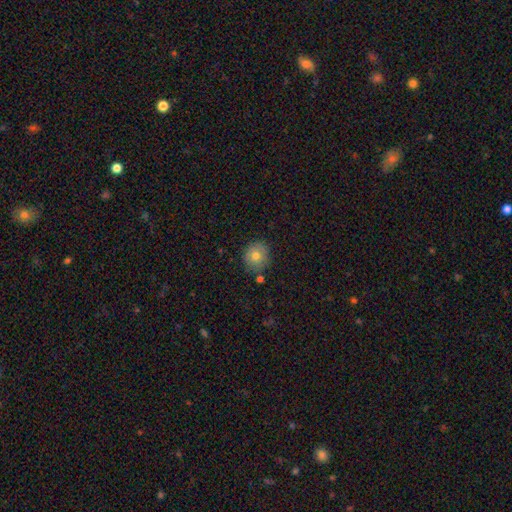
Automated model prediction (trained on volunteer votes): smooth_or_featured: smooth (p=0.75) [alt: featured or disk p=0.15]
how_rounded: round (p=0.89) [alt: in between p=0.10]
merging: none (p=0.82) [alt: minor disturbance p=0.12]